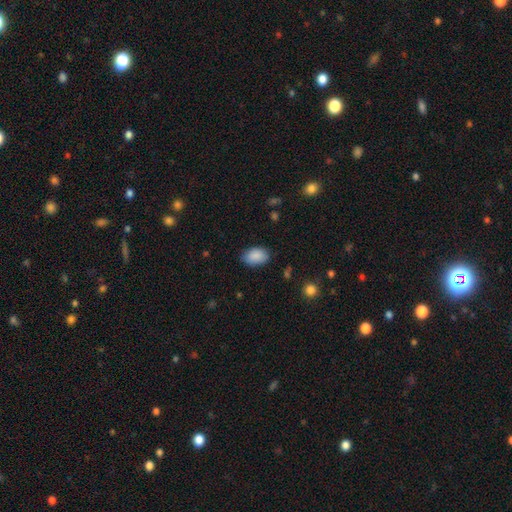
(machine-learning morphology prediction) The model was most divided on "merging": none: 81%, minor disturbance: 14%, major disturbance: 3%, merger: 1%. More confident: smooth or featured — smooth (89%); how rounded — in between (88%).